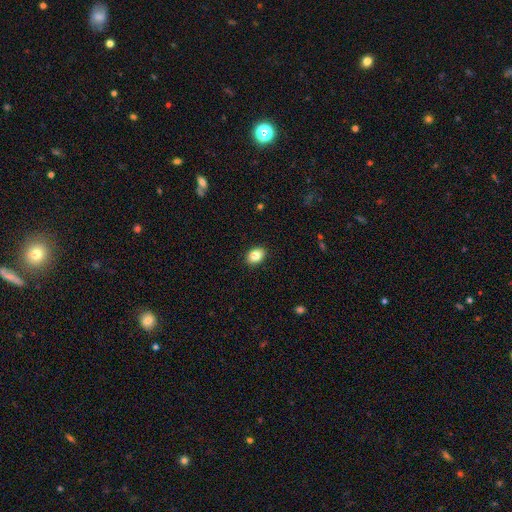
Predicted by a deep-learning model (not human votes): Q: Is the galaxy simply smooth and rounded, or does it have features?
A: smooth — 85%.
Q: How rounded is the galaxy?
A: in between — 74%.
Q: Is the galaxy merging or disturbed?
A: none — 90%.